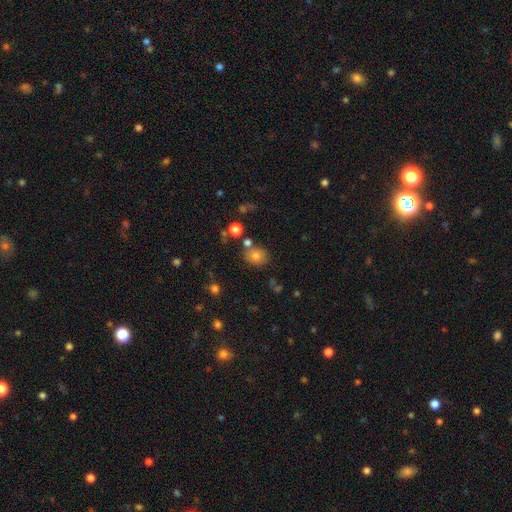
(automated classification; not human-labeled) Morphology: type=smooth (76%); roundness=round (70%); merging=none (73%).